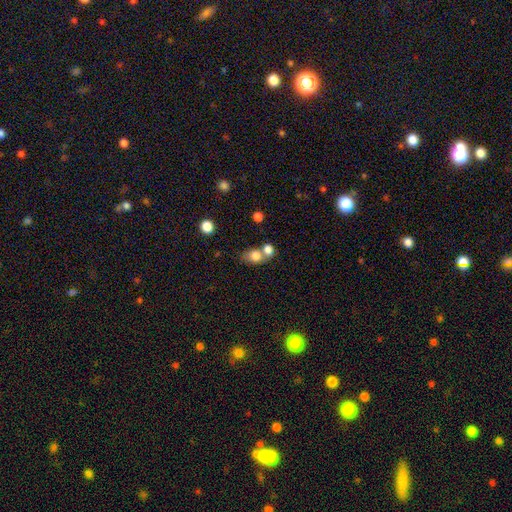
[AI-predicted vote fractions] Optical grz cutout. It shows a smooth galaxy with no disk features (78%) that is in between round and cigar-shaped (58%). Merging: merger (45%).